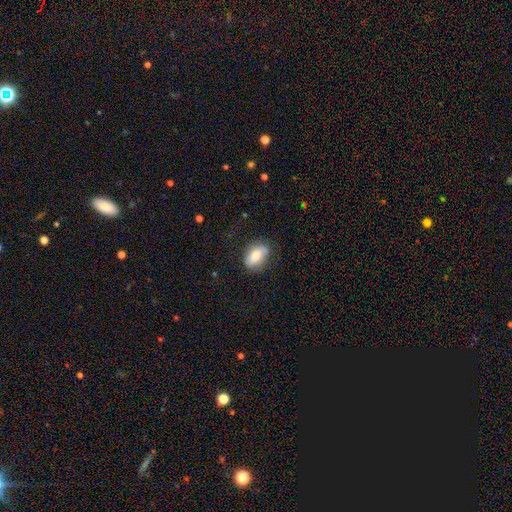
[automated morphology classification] Overall: smooth (70%). How rounded: in between (84%). Merging: none (72%).